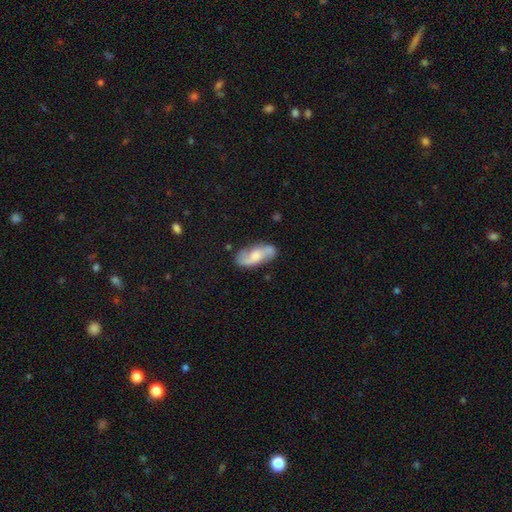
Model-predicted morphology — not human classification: Smooth or featured?
  - featured or disk: 60% *
  - smooth: 33%
  - star or artifact: 6%
Edge-on disk?
  - no: 92% *
  - yes: 8%
Bar?
  - no: 55% *
  - weak: 36%
  - strong: 9%
Spiral arms?
  - yes: 87% *
  - no: 13%
Bulge size?
  - moderate: 47% *
  - small: 21%
  - large: 19%
  - none: 11%
  - dominant: 2%
Merging?
  - none: 70% *
  - minor disturbance: 19%
  - major disturbance: 6%
  - merger: 4%